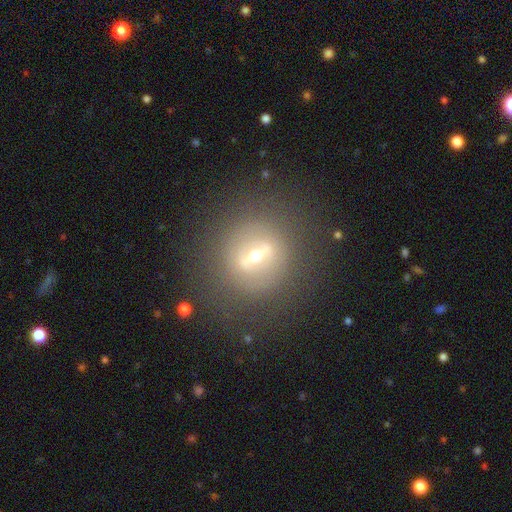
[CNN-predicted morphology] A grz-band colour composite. It shows a featured or disk galaxy (60%). Merging: none (81%).